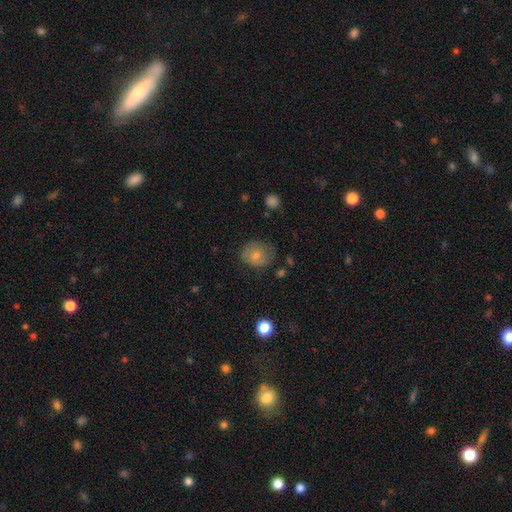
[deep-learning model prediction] Smooth or featured? Predicted: smooth (p=0.72). How rounded? Predicted: round (p=0.62). Merging? Predicted: none (p=0.66).